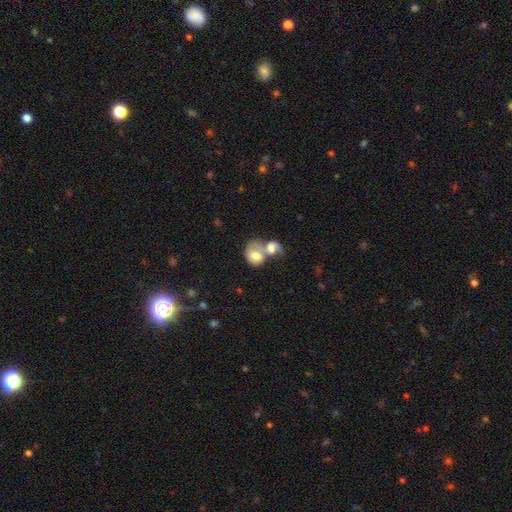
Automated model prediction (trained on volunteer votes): smooth-or-featured: smooth: 62% | featured or disk: 31% | star or artifact: 7%
  how-rounded: in between: 56% | round: 43% | cigar-shaped: 1%
  merging: merger: 79% | none: 10% | major disturbance: 6% | minor disturbance: 5%